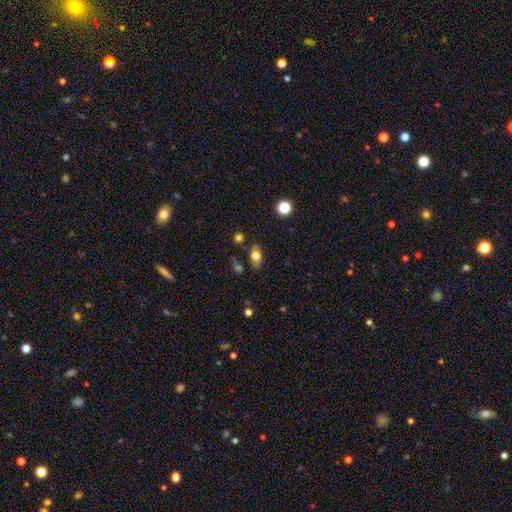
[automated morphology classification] Overall: smooth (74%). How rounded: in between (81%). Merging: none (75%).